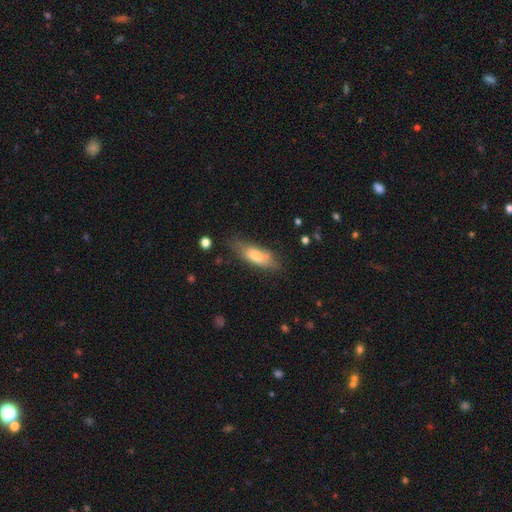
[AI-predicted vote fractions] Overall: smooth (68%). How rounded: in between (56%; cigar-shaped 42%). Merging: none (65%).